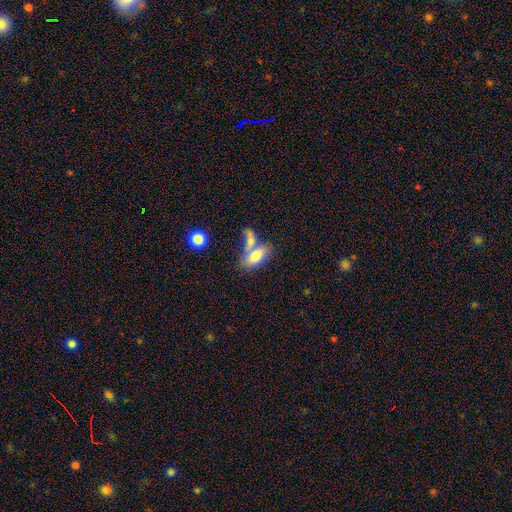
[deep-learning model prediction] A smooth galaxy with no disk features (72%) that is in between round and cigar-shaped (84%). Merging: merger (50%).